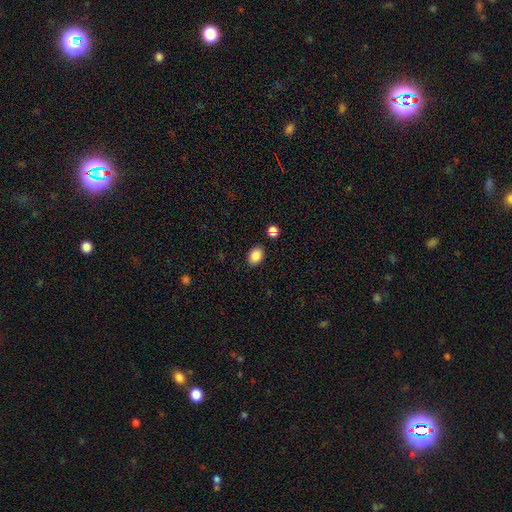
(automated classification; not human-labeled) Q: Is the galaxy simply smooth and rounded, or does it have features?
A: smooth — 87%.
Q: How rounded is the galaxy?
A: in between — 71%.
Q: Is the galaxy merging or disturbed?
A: none — 85%.